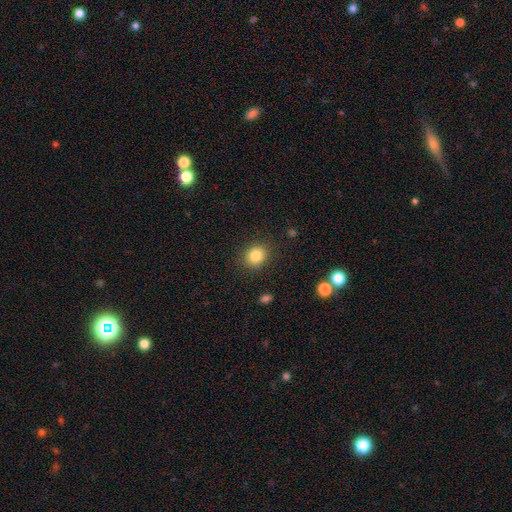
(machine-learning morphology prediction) smooth-or-featured: smooth: 83% | star or artifact: 11% | featured or disk: 6%
  how-rounded: round: 74% | in between: 25% | cigar-shaped: 1%
  merging: none: 87% | minor disturbance: 9% | major disturbance: 3% | merger: 1%